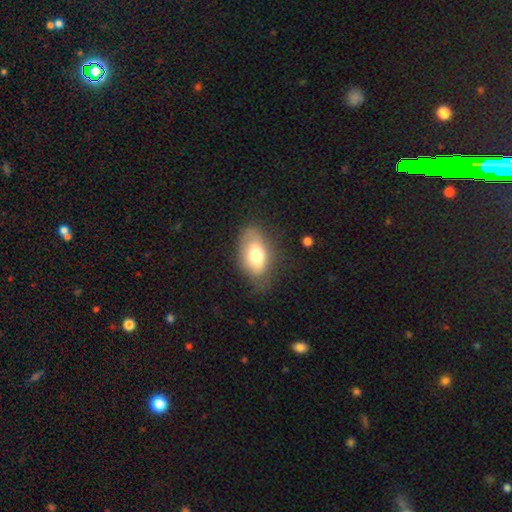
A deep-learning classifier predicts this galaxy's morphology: Overall: smooth (71%). How rounded: in between (90%). Merging: none (64%; minor disturbance 25%).